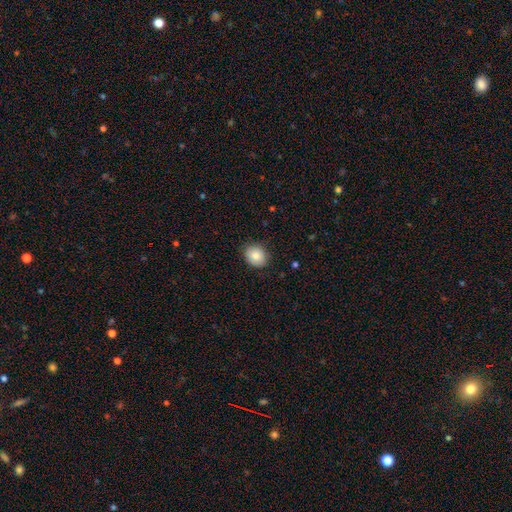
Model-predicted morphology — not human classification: type=smooth (83%); roundness=round (60%); merging=none (85%).